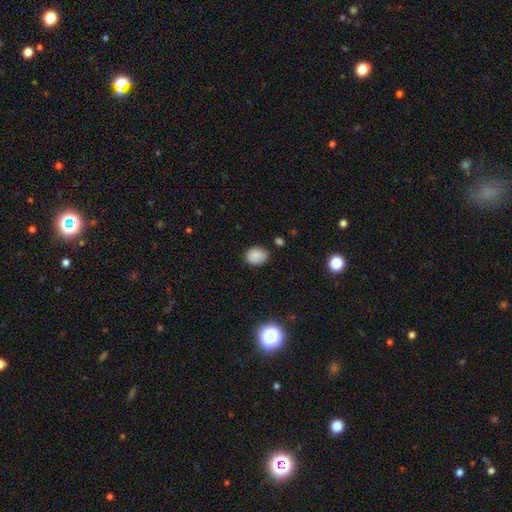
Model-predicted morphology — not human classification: Q: Smooth or featured?
A: smooth (85%); runner-up: star or artifact (10%)
Q: How rounded?
A: in between (58%); runner-up: round (41%)
Q: Merging?
A: none (77%); runner-up: minor disturbance (17%)